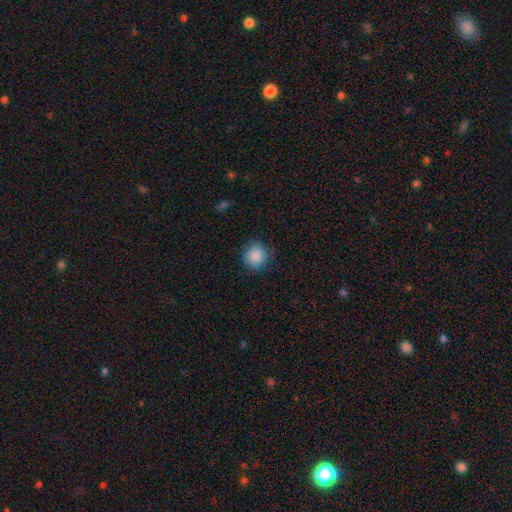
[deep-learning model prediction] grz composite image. It shows a smooth galaxy with no disk features (88%) that is round (89%). Merging: none (85%).